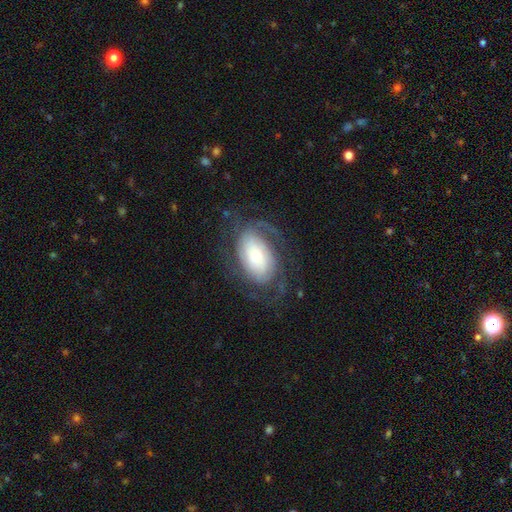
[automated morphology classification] Smooth or featured: featured or disk — 73% (smooth — 20%)
Edge-on disk: no — 96% (yes — 4%)
Bar: no — 66% (weak — 24%)
Spiral arms: yes — 90% (no — 10%)
Spiral winding: tight — 43% (medium — 38%)
Spiral arm count: 2 — 43% (can't tell — 29%)
Bulge size: small — 46% (moderate — 28%)
Merging: none — 62% (major disturbance — 19%)